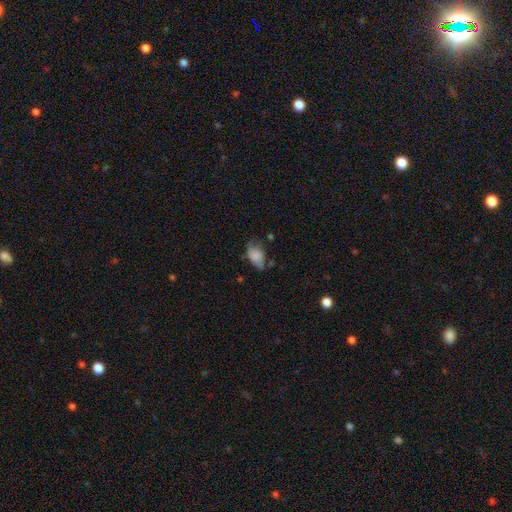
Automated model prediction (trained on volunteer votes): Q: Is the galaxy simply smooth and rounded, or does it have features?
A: smooth — 74%.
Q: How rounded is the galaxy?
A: in between — 86%.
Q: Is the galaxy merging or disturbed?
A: none — 44%.